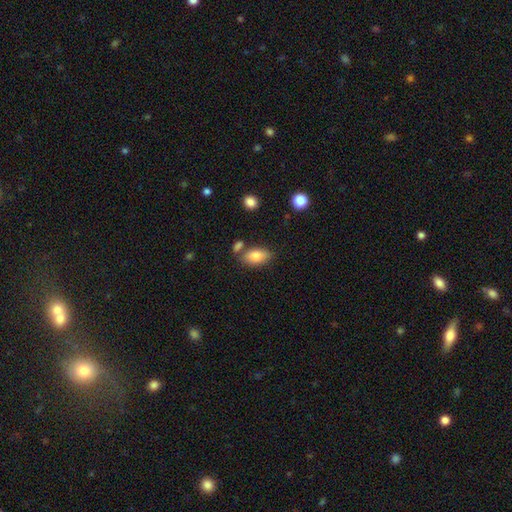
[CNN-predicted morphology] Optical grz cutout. It shows a smooth galaxy with no disk features (82%) that is in between round and cigar-shaped (91%). Merging: none (68%).